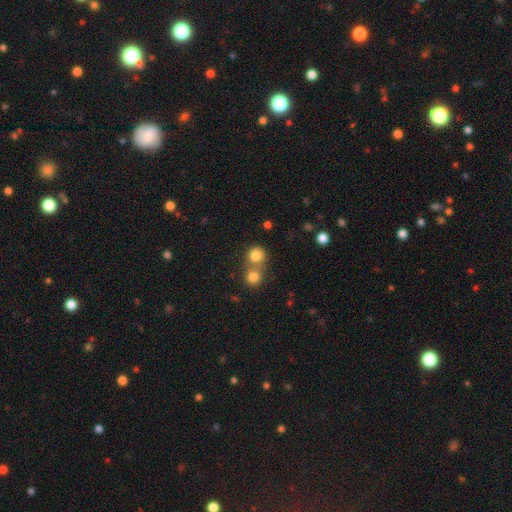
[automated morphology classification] smooth 80%, star or artifact 12%, featured or disk 8%. Down the decision tree: how rounded — round (88%); merging — merger (48%).